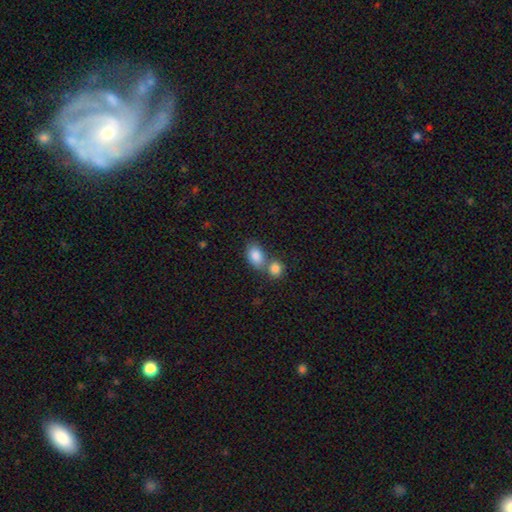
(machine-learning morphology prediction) smooth 85%, star or artifact 8%, featured or disk 7%. Down the decision tree: how rounded — in between (81%); merging — merger (44%).